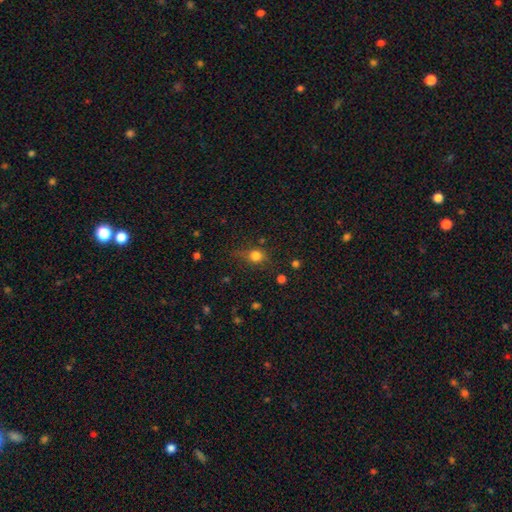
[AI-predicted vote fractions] Smooth or featured: smooth — 76% (star or artifact — 14%)
How rounded: round — 72% (in between — 26%)
Merging: none — 65% (minor disturbance — 24%)